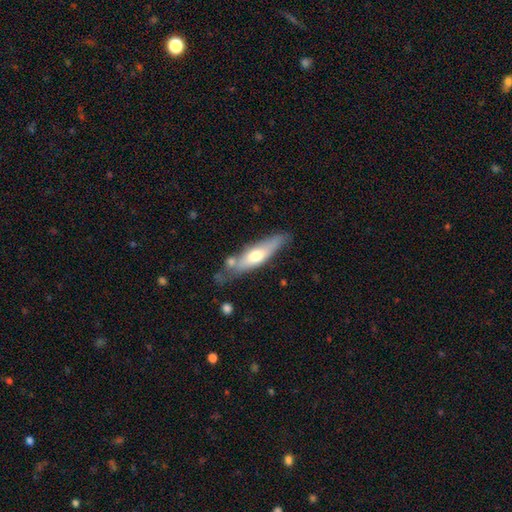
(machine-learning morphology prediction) smooth 51%, featured or disk 44%, star or artifact 5%. Down the decision tree: how rounded — cigar-shaped (70%); merging — none (62%).